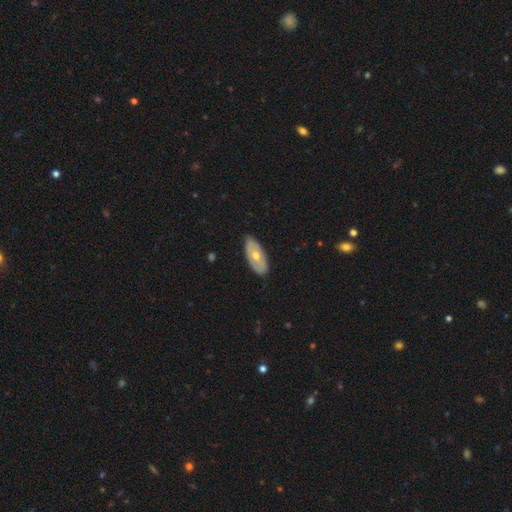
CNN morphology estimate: A featured or disk galaxy (49%).

Vote fractions:
- Smooth or featured? featured or disk: 49% / smooth: 45% / star or artifact: 6%
- Merging? none: 85% / minor disturbance: 12% / major disturbance: 2% / merger: 1%